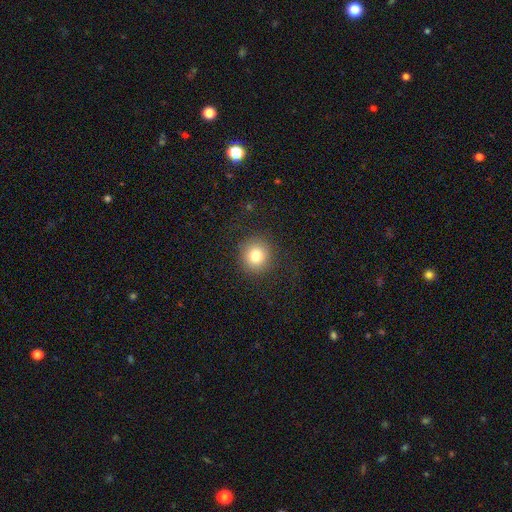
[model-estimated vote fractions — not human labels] A smooth galaxy with no disk features (79%) that is round (92%). Merging: none (87%).